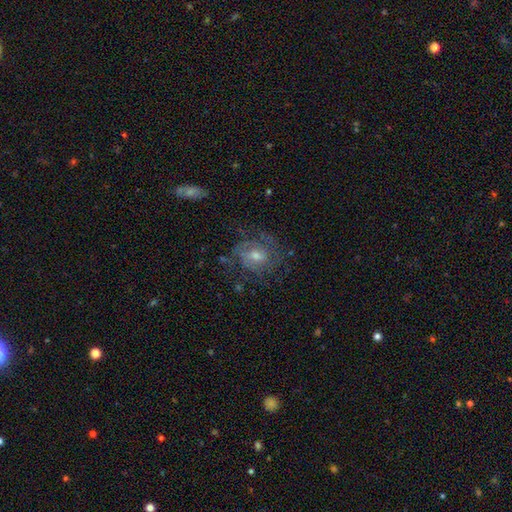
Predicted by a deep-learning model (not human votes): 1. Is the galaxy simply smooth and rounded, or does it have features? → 72% featured or disk, 17% smooth, 11% star or artifact.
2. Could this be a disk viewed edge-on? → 97% no, 3% yes.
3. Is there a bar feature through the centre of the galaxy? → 55% no, 39% weak, 7% strong.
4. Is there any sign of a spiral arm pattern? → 87% yes, 13% no.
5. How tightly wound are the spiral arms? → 53% tight, 36% medium, 11% loose.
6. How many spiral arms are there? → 41% can't tell, 28% 2, 16% 3, 6% 1, 5% 4, 4% more than 4.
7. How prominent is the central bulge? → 55% moderate, 35% small, 6% large, 3% none, 1% dominant.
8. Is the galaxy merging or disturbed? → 67% none, 18% minor disturbance, 14% major disturbance, 2% merger.